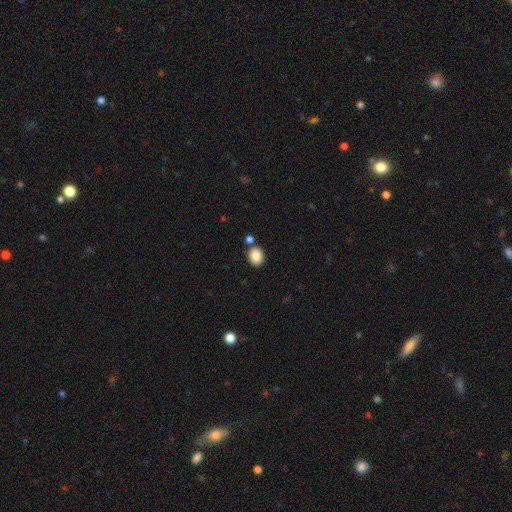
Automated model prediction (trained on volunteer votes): Morphology: type=smooth (88%); roundness=in between (56%); merging=none (75%).